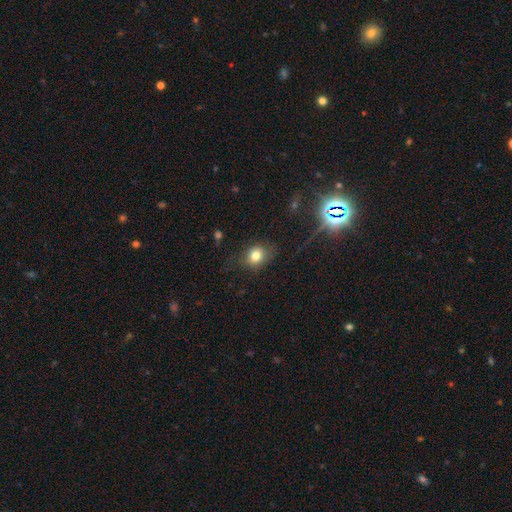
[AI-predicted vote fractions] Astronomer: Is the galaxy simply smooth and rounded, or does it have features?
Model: smooth — 77%.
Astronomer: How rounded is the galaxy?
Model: round — 51% (runner-up: in between, 48%).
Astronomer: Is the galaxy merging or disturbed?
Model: none — 72%.